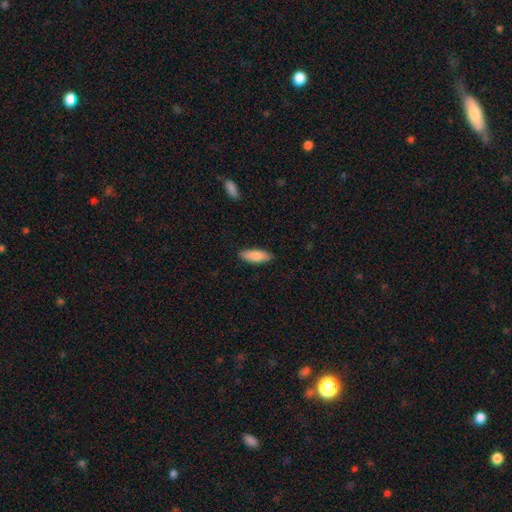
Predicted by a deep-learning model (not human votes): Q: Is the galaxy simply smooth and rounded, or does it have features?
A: smooth — 86%.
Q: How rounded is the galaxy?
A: in between — 67%.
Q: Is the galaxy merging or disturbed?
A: none — 88%.